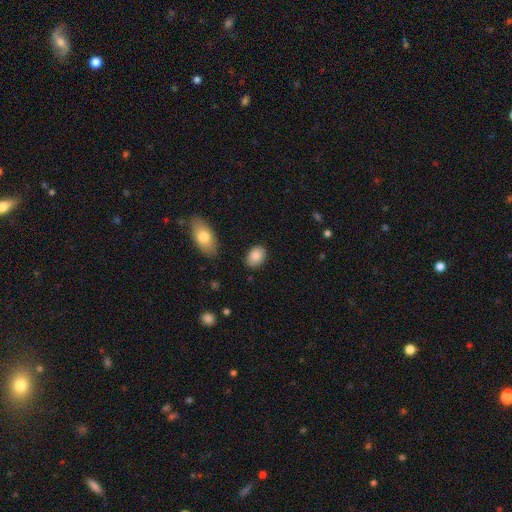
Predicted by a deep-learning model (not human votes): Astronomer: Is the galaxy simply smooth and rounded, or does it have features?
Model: smooth — 86%.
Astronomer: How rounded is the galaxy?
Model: in between — 80%.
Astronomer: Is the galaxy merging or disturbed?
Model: none — 84%.